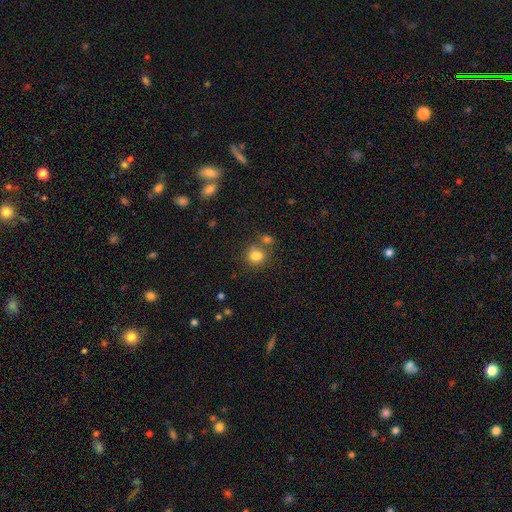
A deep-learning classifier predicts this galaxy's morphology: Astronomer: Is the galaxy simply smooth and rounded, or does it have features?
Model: smooth — 81%.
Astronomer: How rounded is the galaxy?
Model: round — 68%.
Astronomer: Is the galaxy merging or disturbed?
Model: none — 58%.